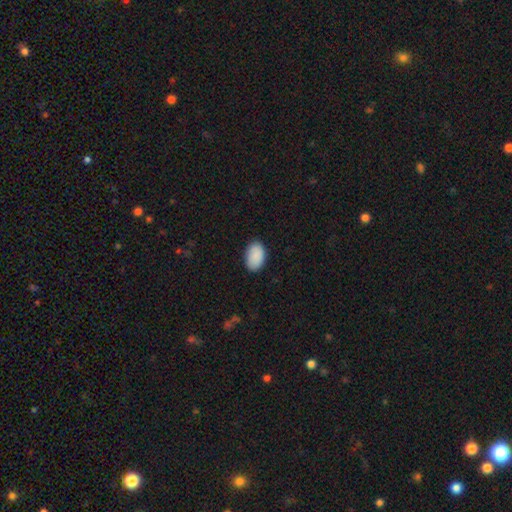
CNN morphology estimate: This is clearly a smooth galaxy (91%). How rounded: clearly in between (91%). Merging: clearly none (86%).